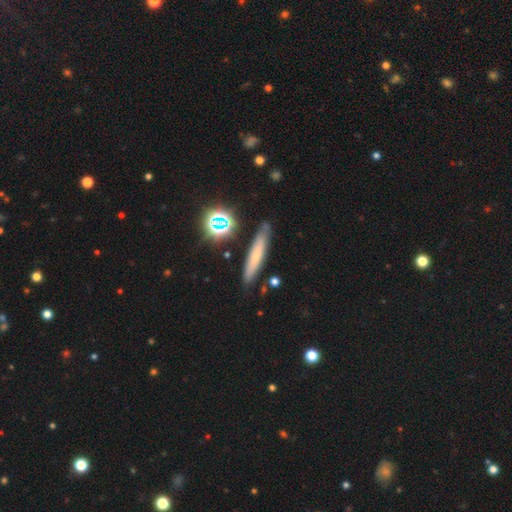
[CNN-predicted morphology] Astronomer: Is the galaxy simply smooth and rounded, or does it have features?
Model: smooth — 57%.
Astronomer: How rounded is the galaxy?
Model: cigar-shaped — 84%.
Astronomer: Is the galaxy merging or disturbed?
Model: none — 83%.